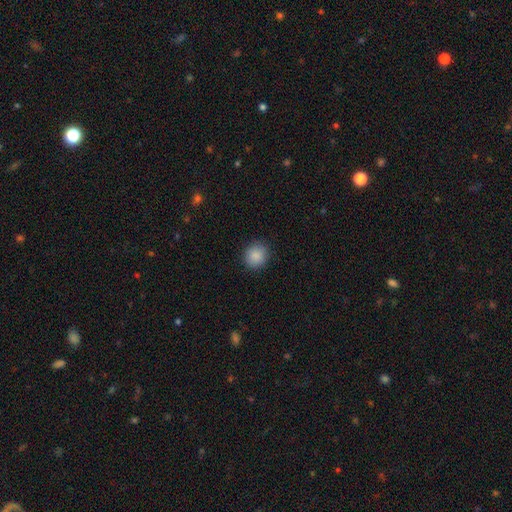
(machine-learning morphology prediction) Overall: smooth (88%). How rounded: round (86%). Merging: none (90%).